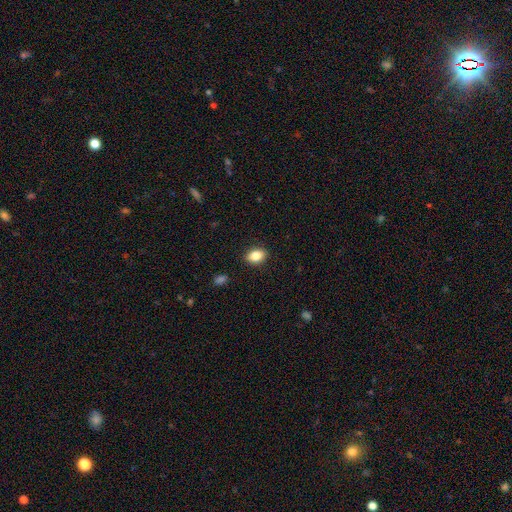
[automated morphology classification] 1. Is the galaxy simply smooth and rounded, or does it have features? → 84% smooth, 9% star or artifact, 7% featured or disk.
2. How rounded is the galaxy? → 80% in between, 19% round, 2% cigar-shaped.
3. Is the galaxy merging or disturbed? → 89% none, 8% minor disturbance, 2% major disturbance, 1% merger.